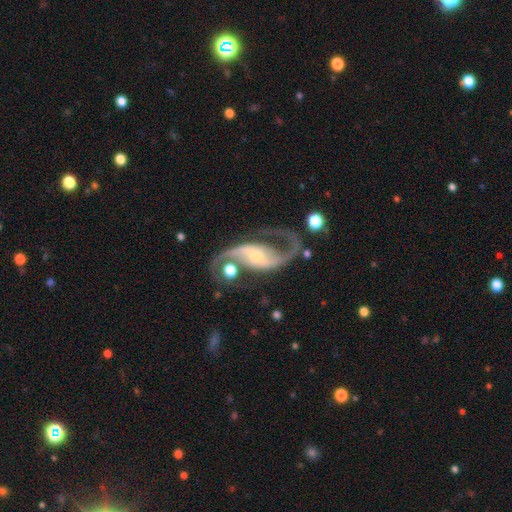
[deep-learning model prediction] A featured or disk galaxy (91%) with a weak bar (36%), 2 (92%) loose (52%) spiral arms (97%) and a moderate central bulge (48%).

Vote fractions:
- Smooth or featured? featured or disk: 91% / star or artifact: 5% / smooth: 4%
- Edge-on disk? no: 97% / yes: 3%
- Bar? weak: 36% / no: 33% / strong: 31%
- Spiral arms? yes: 97% / no: 3%
- Spiral winding? loose: 52% / medium: 40% / tight: 8%
- Spiral arm count? 2: 92% / 1: 3% / can't tell: 2% / 3: 1% / 4: 1% / more than 4: 1%
- Bulge size? moderate: 48% / small: 46% / large: 4% / none: 2% / dominant: 1%
- Merging? none: 60% / minor disturbance: 15% / major disturbance: 14% / merger: 11%